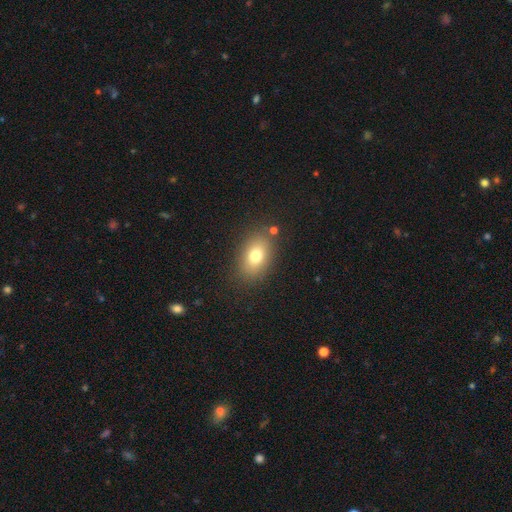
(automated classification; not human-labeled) Q: Smooth or featured?
A: smooth (76%); runner-up: featured or disk (13%)
Q: How rounded?
A: in between (81%); runner-up: round (18%)
Q: Merging?
A: none (82%); runner-up: minor disturbance (11%)